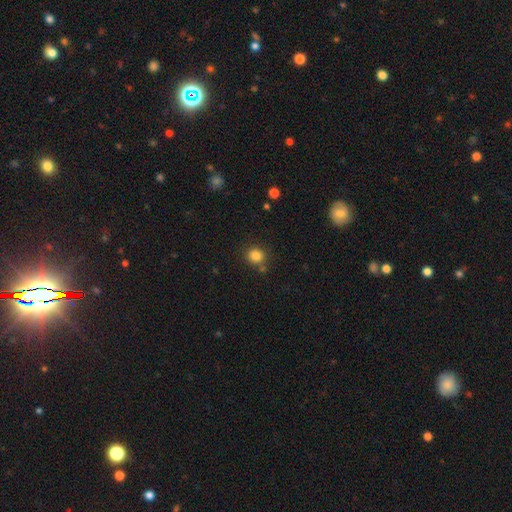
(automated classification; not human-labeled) smooth 84%, star or artifact 12%, featured or disk 5%. Down the decision tree: how rounded — round (86%); merging — none (78%).